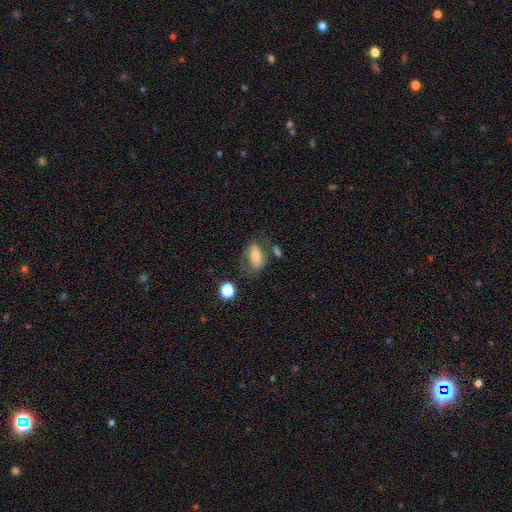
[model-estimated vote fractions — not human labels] smooth 58%, featured or disk 33%, star or artifact 9%. Down the decision tree: how rounded — in between (85%); merging — none (49%).